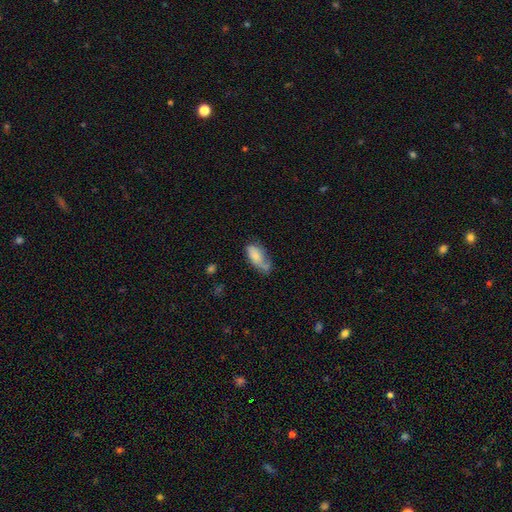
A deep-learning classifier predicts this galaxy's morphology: smooth 69%, featured or disk 24%, star or artifact 7%. Down the decision tree: how rounded — in between (88%); merging — none (42%).